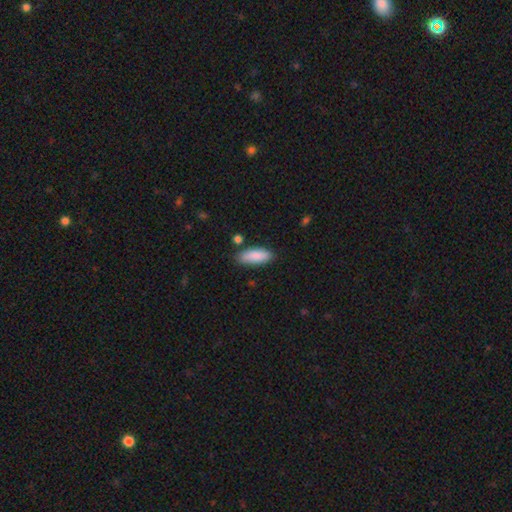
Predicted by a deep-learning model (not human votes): Smooth or featured?
  - smooth: 88% *
  - featured or disk: 6%
  - star or artifact: 6%
How rounded?
  - in between: 75% *
  - cigar-shaped: 23%
  - round: 2%
Merging?
  - none: 80% *
  - minor disturbance: 14%
  - merger: 3%
  - major disturbance: 3%